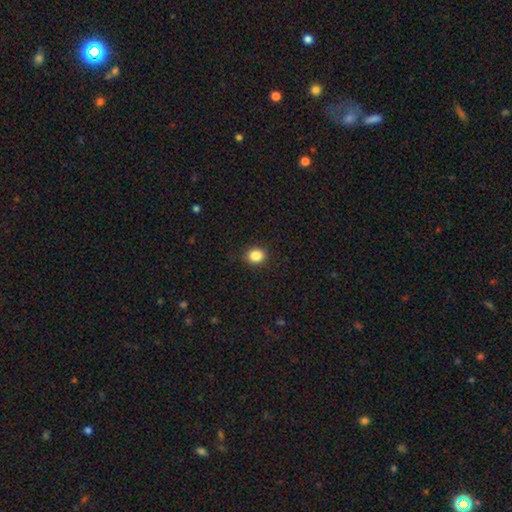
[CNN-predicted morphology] Overall: smooth (86%). How rounded: round (70%). Merging: none (90%).